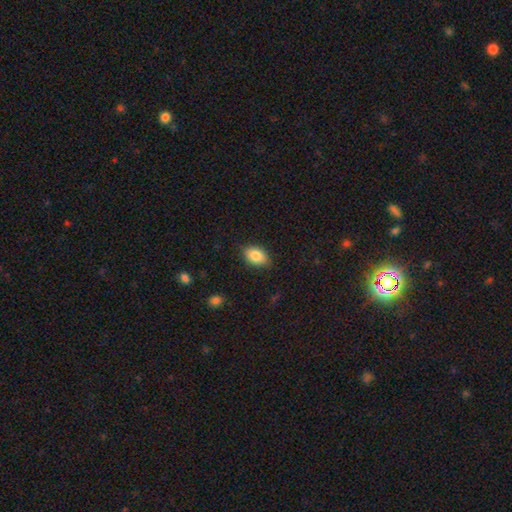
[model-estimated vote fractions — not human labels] smooth-or-featured: smooth: 85% | star or artifact: 8% | featured or disk: 7%
  how-rounded: in between: 84% | round: 14% | cigar-shaped: 2%
  merging: none: 82% | minor disturbance: 14% | major disturbance: 3% | merger: 1%